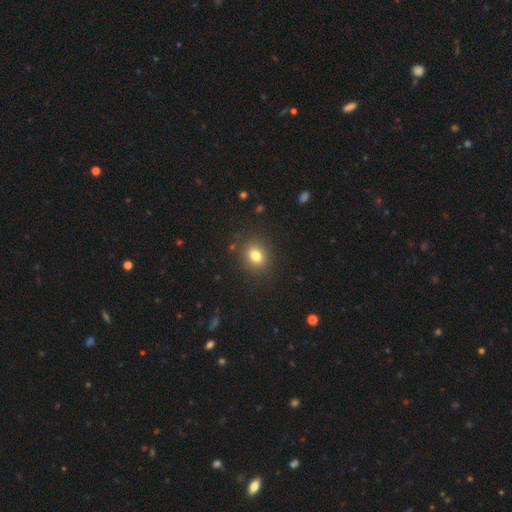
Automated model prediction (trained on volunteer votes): smooth_or_featured: smooth (p=0.80) [alt: star or artifact p=0.12]
how_rounded: round (p=0.61) [alt: in between p=0.38]
merging: none (p=0.87) [alt: minor disturbance p=0.08]